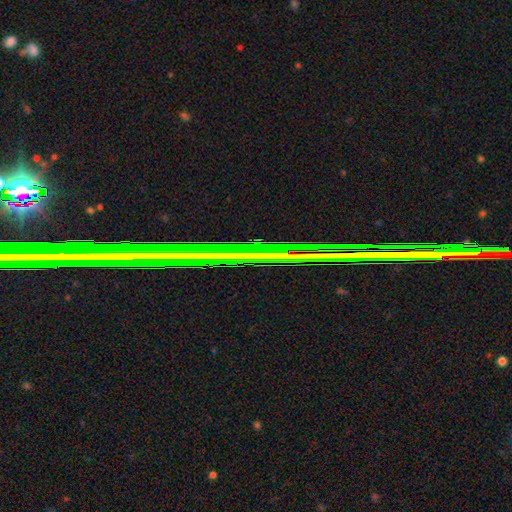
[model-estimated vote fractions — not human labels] Smooth or featured? Predicted: star or artifact (p=0.71).